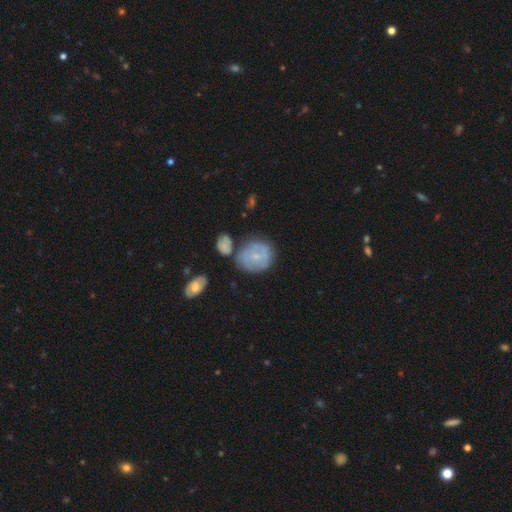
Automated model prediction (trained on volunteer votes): Overall: featured or disk (48%; smooth 44%). Merging: none (57%; minor disturbance 22%).